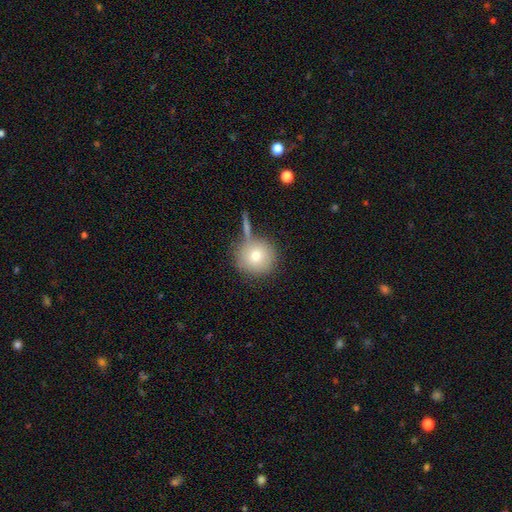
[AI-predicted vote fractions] Smooth or featured? Predicted: smooth (p=0.76). How rounded? Predicted: round (p=0.94). Merging? Predicted: none (p=0.70).